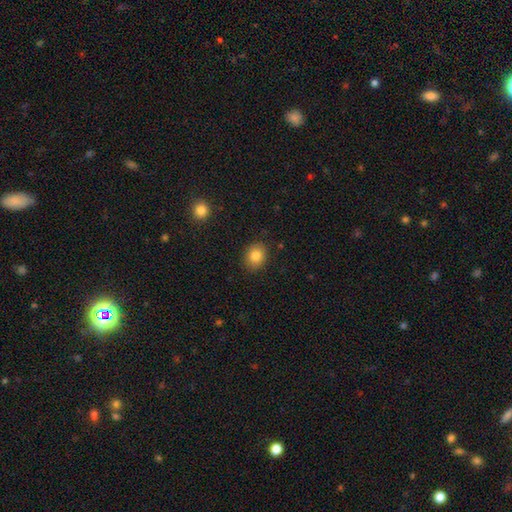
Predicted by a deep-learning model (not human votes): Morphology: type=smooth (83%); roundness=round (56%); merging=none (88%).